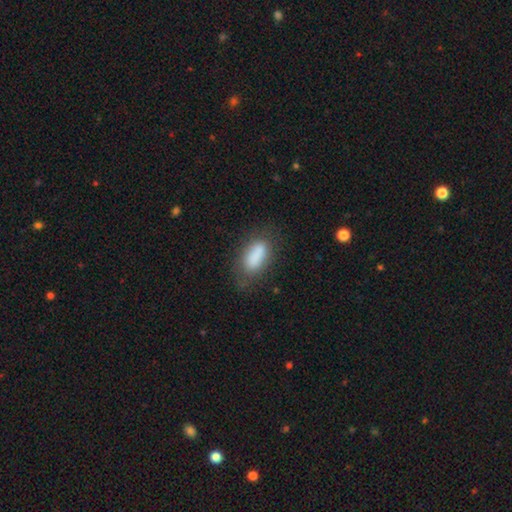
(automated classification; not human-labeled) This is clearly a smooth galaxy (83%). How rounded: clearly in between (84%). Merging: likely none (68%).